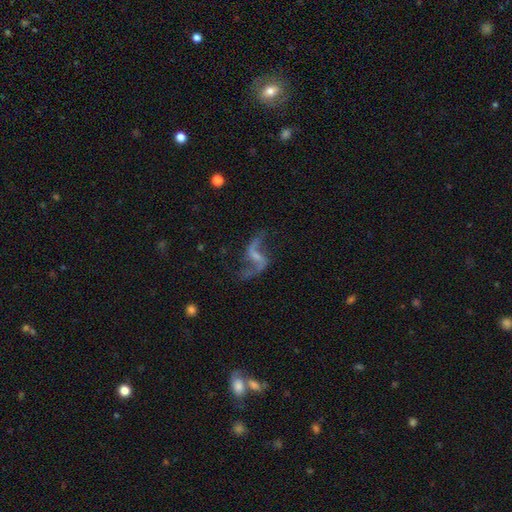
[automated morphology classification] featured or disk 88%, star or artifact 7%, smooth 5%. Down the decision tree: edge-on disk — no (97%); bar — weak (47%); spiral arms — yes (95%); spiral arm count — 2 (93%); spiral winding — loose (88%); bulge size — small (45%); merging — none (71%).